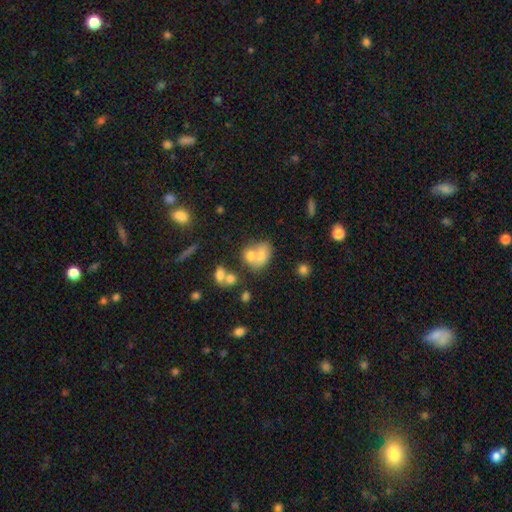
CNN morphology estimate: smooth-or-featured: smooth: 69% | featured or disk: 20% | star or artifact: 11%
  how-rounded: in between: 58% | round: 41% | cigar-shaped: 1%
  merging: merger: 59% | none: 26% | minor disturbance: 9% | major disturbance: 6%